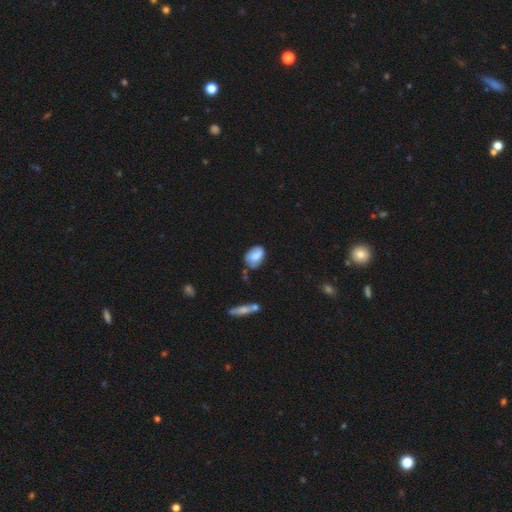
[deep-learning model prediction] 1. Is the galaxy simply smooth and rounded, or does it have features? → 72% smooth, 20% featured or disk, 8% star or artifact.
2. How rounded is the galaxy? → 83% in between, 15% round, 2% cigar-shaped.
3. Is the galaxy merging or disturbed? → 56% none, 32% minor disturbance, 7% major disturbance, 6% merger.